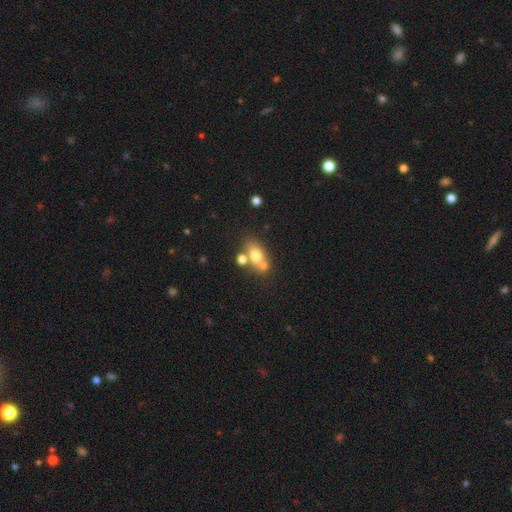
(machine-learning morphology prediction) A smooth galaxy with no disk features (69%) that is in between round and cigar-shaped (70%).

Vote fractions:
- Smooth or featured? smooth: 69% / featured or disk: 20% / star or artifact: 11%
- How rounded? in between: 70% / round: 24% / cigar-shaped: 5%
- Merging? none: 49% / merger: 33% / minor disturbance: 12% / major disturbance: 6%